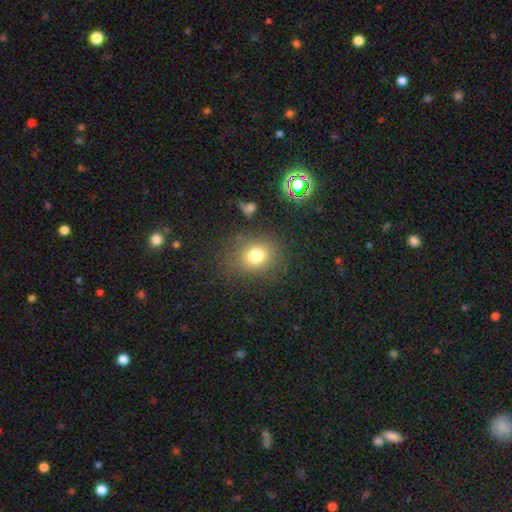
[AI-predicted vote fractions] Overall: smooth (76%). How rounded: round (59%; in between 40%). Merging: none (79%).